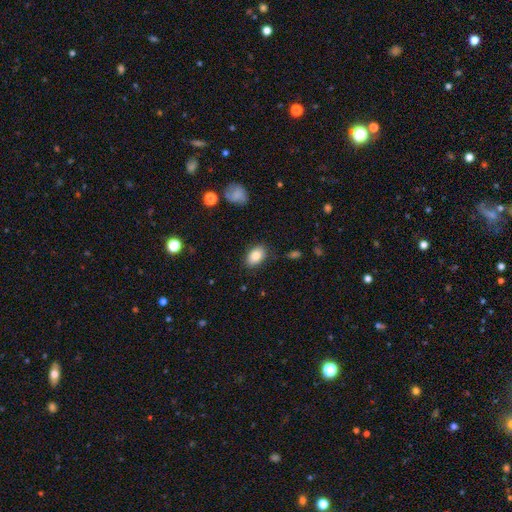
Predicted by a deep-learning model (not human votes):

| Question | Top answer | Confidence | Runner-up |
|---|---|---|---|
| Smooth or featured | smooth | 84% | star or artifact (8%) |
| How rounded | in between | 88% | round (11%) |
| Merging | none | 84% | minor disturbance (11%) |